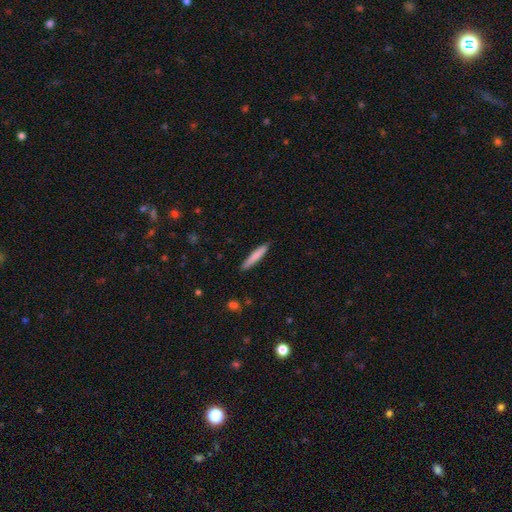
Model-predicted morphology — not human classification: Smooth or featured: smooth — 78% (featured or disk — 16%)
How rounded: cigar-shaped — 93% (in between — 6%)
Merging: none — 89% (minor disturbance — 9%)